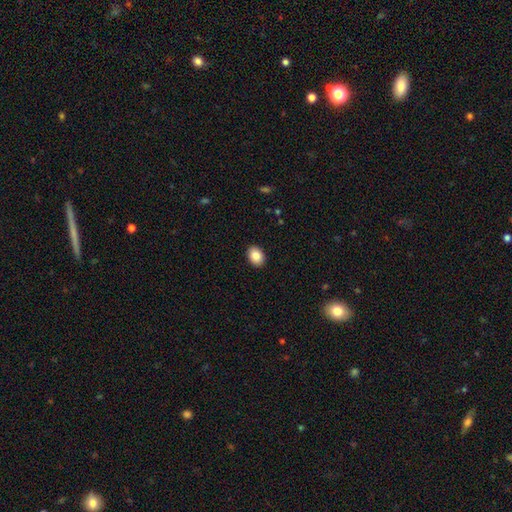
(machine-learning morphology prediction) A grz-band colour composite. It shows a smooth galaxy with no disk features (86%) that is in between round and cigar-shaped (74%). Merging: none (91%).